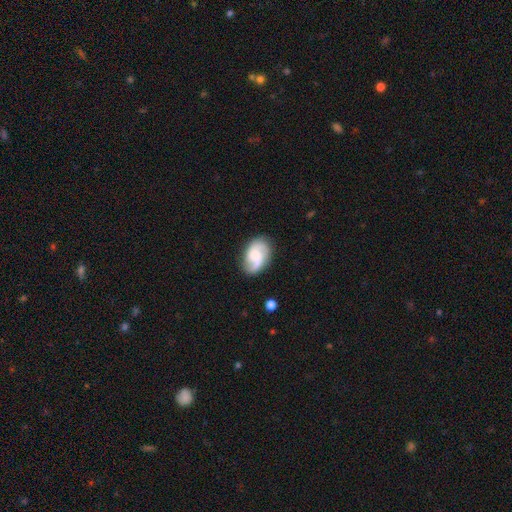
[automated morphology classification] A featured or disk galaxy (70%) with no bar (57%), 2 (63%) medium (46%) spiral arms (95%) and a moderate central bulge (35%). Merging: none (74%).